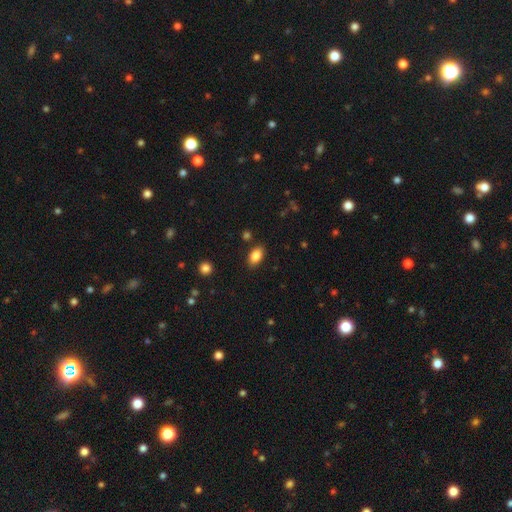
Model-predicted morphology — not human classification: smooth-or-featured: smooth: 86% | star or artifact: 8% | featured or disk: 6%
  how-rounded: in between: 90% | round: 8% | cigar-shaped: 2%
  merging: none: 85% | minor disturbance: 10% | major disturbance: 3% | merger: 2%